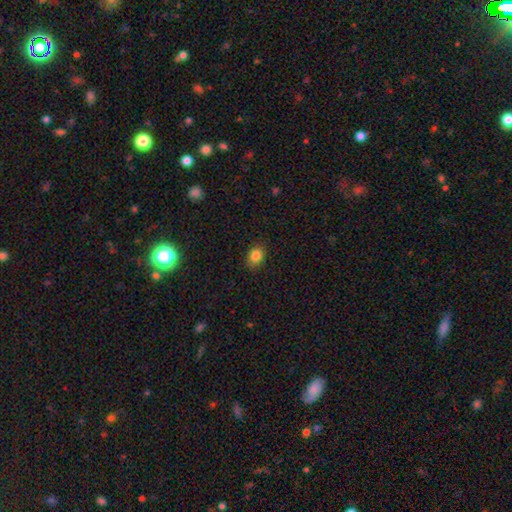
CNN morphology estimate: smooth 84%, star or artifact 11%, featured or disk 6%. Down the decision tree: how rounded — in between (58%); merging — none (85%).